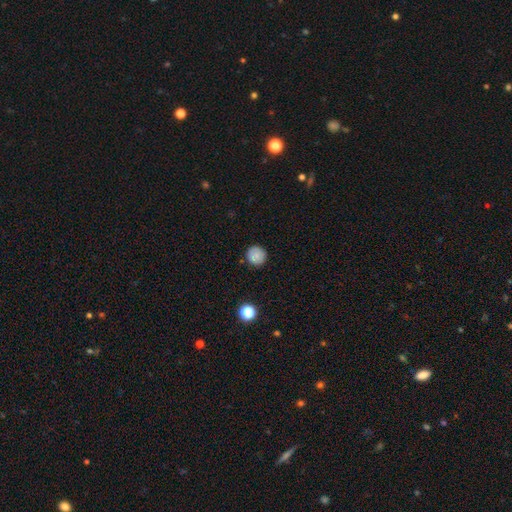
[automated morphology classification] This appears to be a smooth galaxy with no disk features (83%) that is round (94%). Merging: none (87%).